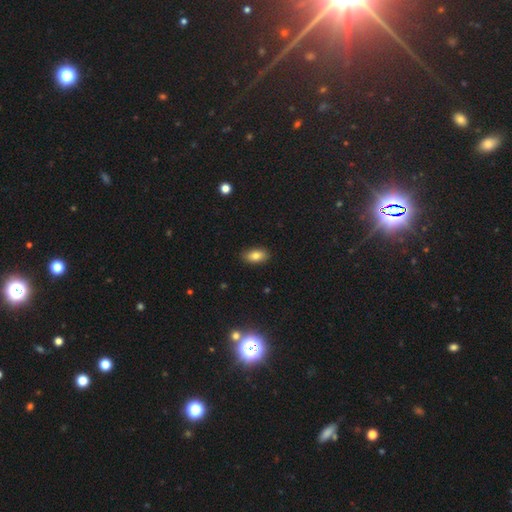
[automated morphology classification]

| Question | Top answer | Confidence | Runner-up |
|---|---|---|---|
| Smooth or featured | smooth | 82% | featured or disk (9%) |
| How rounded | in between | 90% | round (6%) |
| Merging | none | 86% | minor disturbance (11%) |